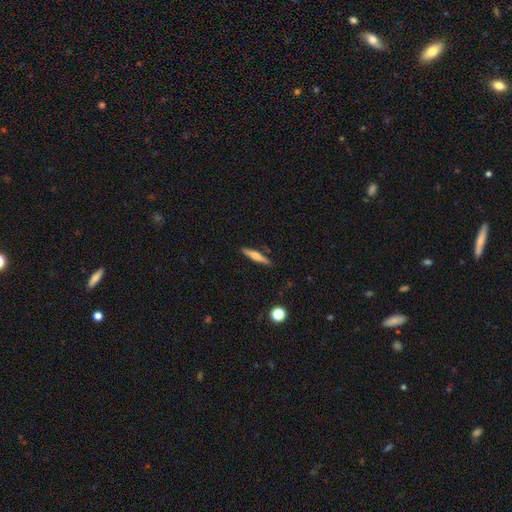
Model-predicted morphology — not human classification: smooth_or_featured: smooth (p=0.47) [alt: featured or disk p=0.46]
merging: none (p=0.89) [alt: minor disturbance p=0.08]